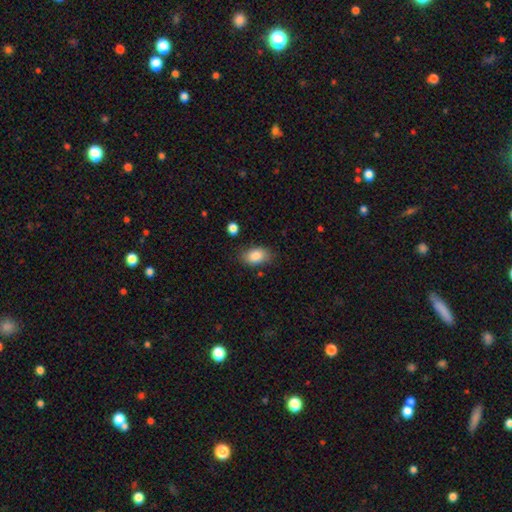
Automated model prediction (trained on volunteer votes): Smooth or featured?
  - smooth: 87% *
  - star or artifact: 7%
  - featured or disk: 6%
How rounded?
  - in between: 89% *
  - round: 10%
  - cigar-shaped: 2%
Merging?
  - none: 80% *
  - minor disturbance: 14%
  - major disturbance: 4%
  - merger: 2%